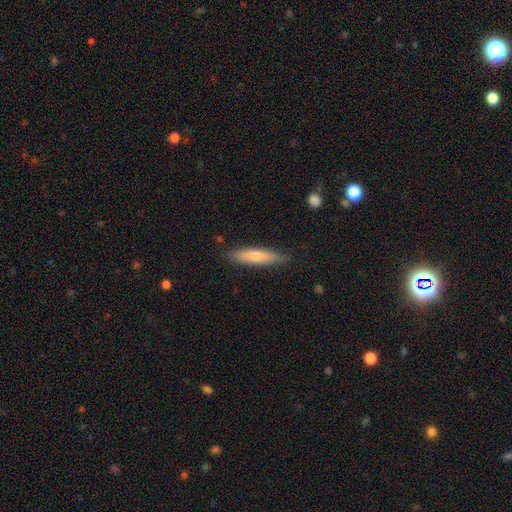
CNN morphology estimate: This appears to be a smooth galaxy with no disk features (67%) that is cigar-shaped (85%). Merging: none (86%).